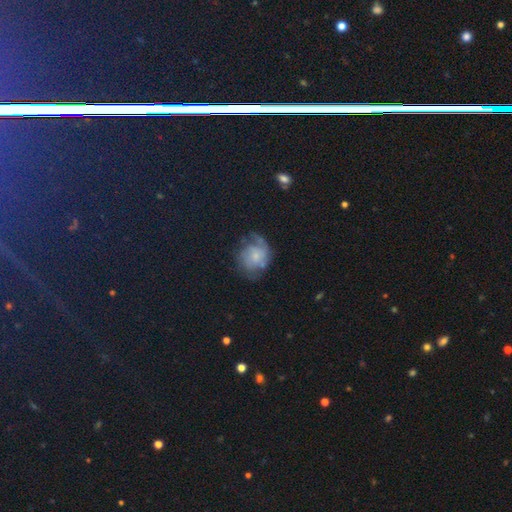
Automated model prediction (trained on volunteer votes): Q: Smooth or featured?
A: featured or disk (53%); runner-up: smooth (38%)
Q: Edge-on disk?
A: no (98%); runner-up: yes (2%)
Q: Bar?
A: no (77%); runner-up: weak (20%)
Q: Spiral arms?
A: yes (75%); runner-up: no (25%)
Q: Bulge size?
A: small (60%); runner-up: moderate (22%)
Q: Merging?
A: none (45%); runner-up: minor disturbance (27%)